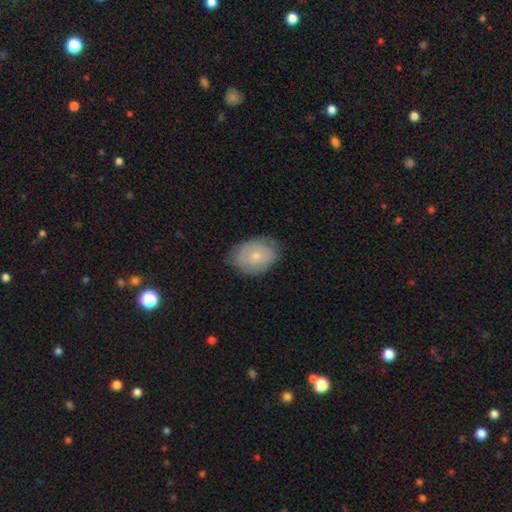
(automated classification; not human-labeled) Overall: smooth (68%). How rounded: in between (74%). Merging: none (74%).